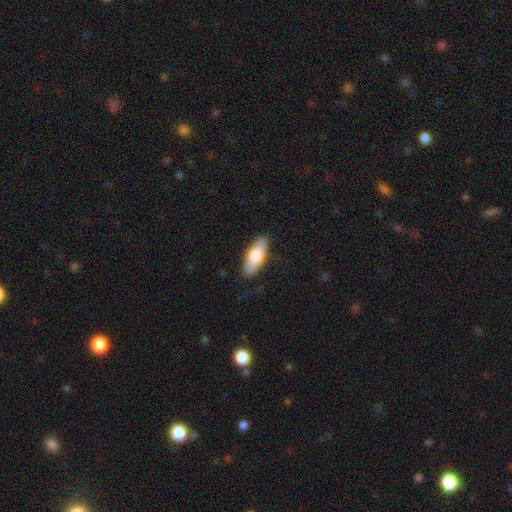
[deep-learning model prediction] A smooth galaxy with no disk features (72%) that is in between round and cigar-shaped (72%).

Vote fractions:
- Smooth or featured? smooth: 72% / featured or disk: 23% / star or artifact: 5%
- How rounded? in between: 72% / cigar-shaped: 26% / round: 2%
- Merging? none: 85% / minor disturbance: 11% / major disturbance: 2% / merger: 1%